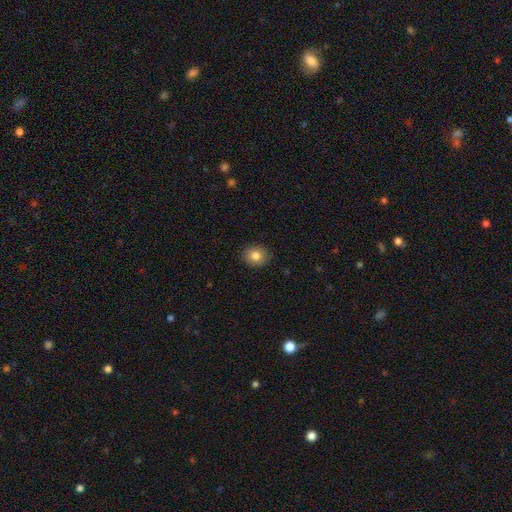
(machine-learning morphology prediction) The model was most divided on "how rounded": round: 65%, in between: 34%, cigar-shaped: 1%. More confident: merging — none (89%); smooth or featured — smooth (82%).